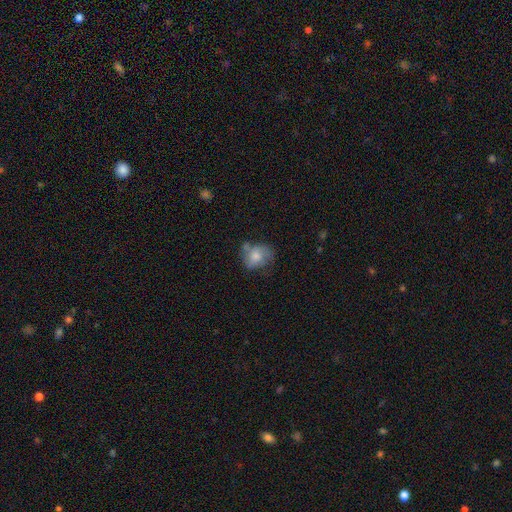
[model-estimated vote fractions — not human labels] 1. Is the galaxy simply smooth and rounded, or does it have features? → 62% smooth, 30% featured or disk, 8% star or artifact.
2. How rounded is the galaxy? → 54% round, 45% in between, 1% cigar-shaped.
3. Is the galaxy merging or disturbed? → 45% none, 29% minor disturbance, 15% major disturbance, 11% merger.